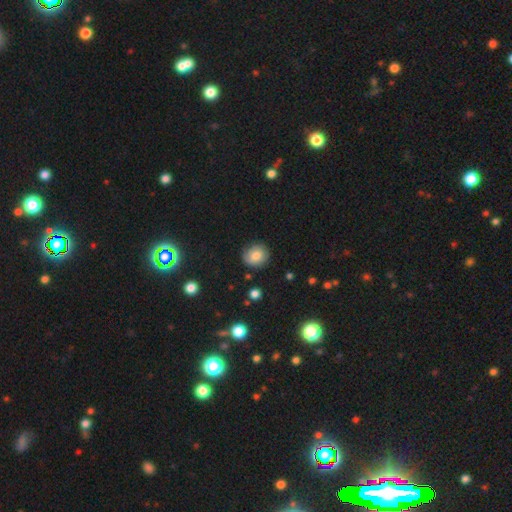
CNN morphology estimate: Smooth or featured: smooth — 73% (featured or disk — 17%)
How rounded: round — 79% (in between — 20%)
Merging: none — 82% (minor disturbance — 14%)